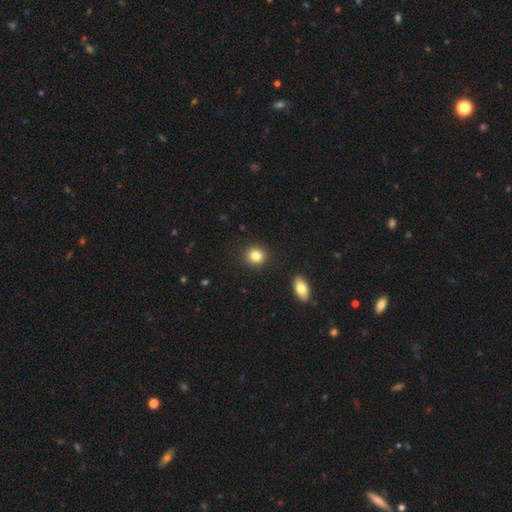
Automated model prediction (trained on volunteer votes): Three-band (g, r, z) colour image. It shows a smooth galaxy with no disk features (83%) that is round (85%). Merging: none (91%).